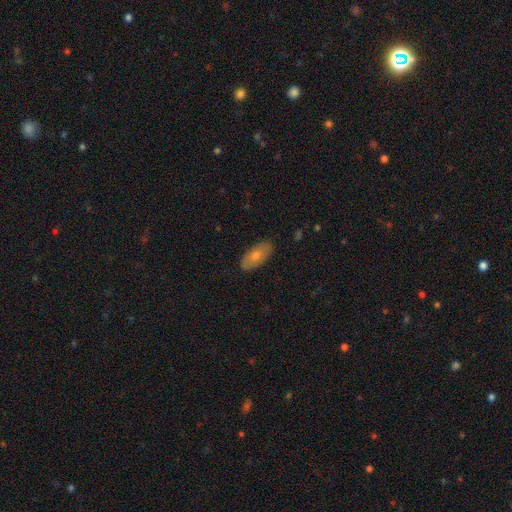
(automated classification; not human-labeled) smooth_or_featured: smooth (p=0.71) [alt: featured or disk p=0.23]
how_rounded: in between (p=0.91) [alt: cigar-shaped p=0.06]
merging: none (p=0.86) [alt: minor disturbance p=0.11]